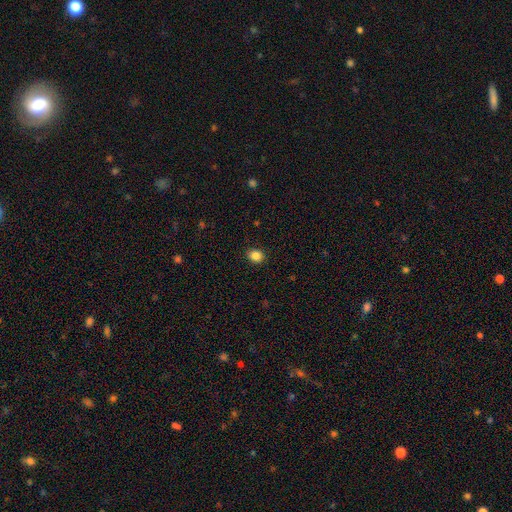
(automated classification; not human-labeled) smooth-or-featured: smooth: 86% | star or artifact: 10% | featured or disk: 4%
  how-rounded: round: 60% | in between: 39% | cigar-shaped: 1%
  merging: none: 90% | minor disturbance: 7% | major disturbance: 2% | merger: 1%